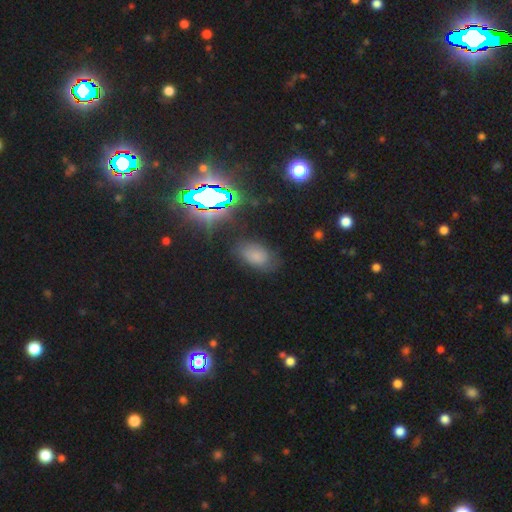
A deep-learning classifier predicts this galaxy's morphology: Q: Smooth or featured?
A: smooth (60%); runner-up: star or artifact (26%)
Q: How rounded?
A: in between (89%); runner-up: round (9%)
Q: Merging?
A: none (72%); runner-up: minor disturbance (19%)